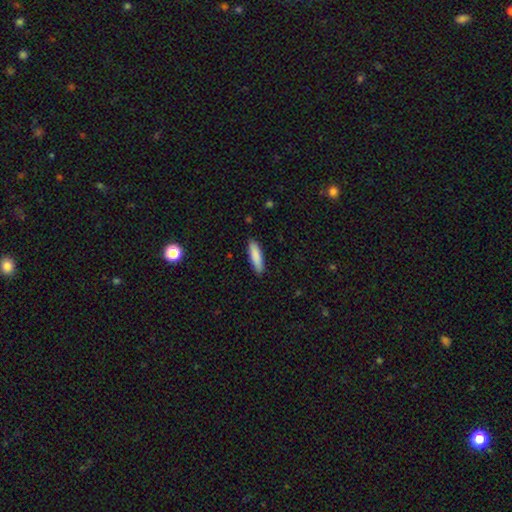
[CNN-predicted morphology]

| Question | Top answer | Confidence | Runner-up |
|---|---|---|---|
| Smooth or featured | smooth | 87% | featured or disk (8%) |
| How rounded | cigar-shaped | 65% | in between (33%) |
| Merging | none | 89% | minor disturbance (8%) |